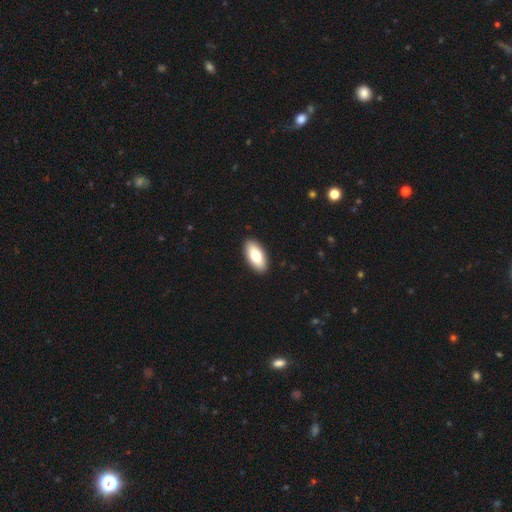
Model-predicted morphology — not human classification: Overall: smooth (77%). How rounded: in between (91%). Merging: none (92%).